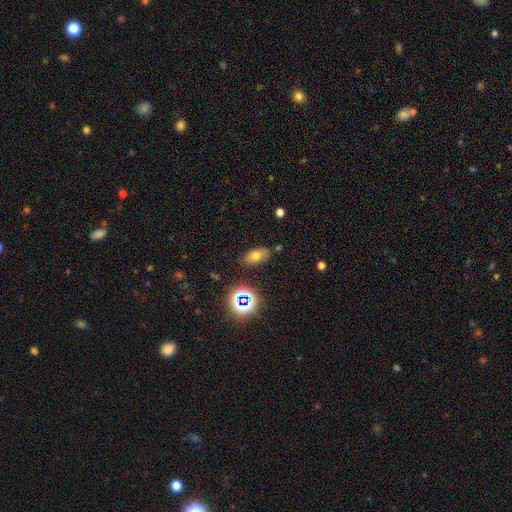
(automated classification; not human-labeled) The model was most divided on "smooth or featured": smooth: 66%, star or artifact: 19%, featured or disk: 15%. More confident: how rounded — in between (87%); merging — none (80%).